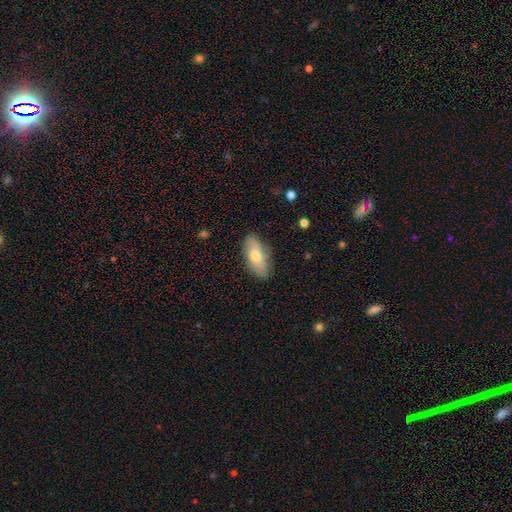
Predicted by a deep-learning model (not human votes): Smooth or featured? Predicted: smooth (p=0.65). How rounded? Predicted: in between (p=0.86). Merging? Predicted: none (p=0.81).